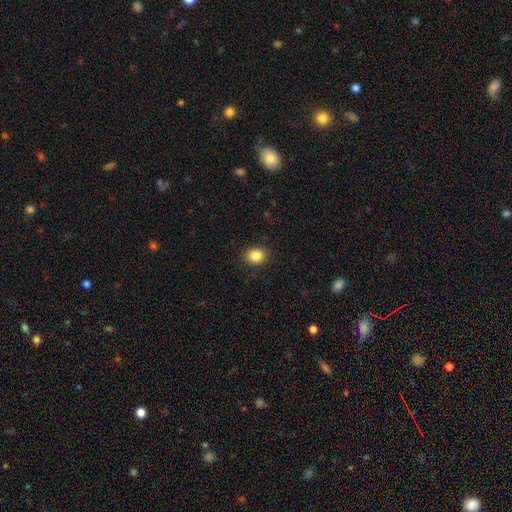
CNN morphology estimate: Smooth or featured?
  - smooth: 85% *
  - star or artifact: 10%
  - featured or disk: 5%
How rounded?
  - round: 54% *
  - in between: 45%
  - cigar-shaped: 1%
Merging?
  - none: 89% *
  - minor disturbance: 8%
  - major disturbance: 2%
  - merger: 1%